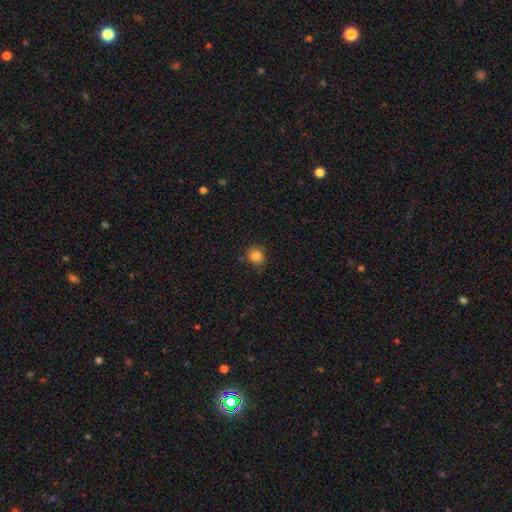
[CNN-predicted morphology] smooth_or_featured: smooth (p=0.84) [alt: star or artifact p=0.11]
how_rounded: round (p=0.83) [alt: in between p=0.16]
merging: none (p=0.80) [alt: minor disturbance p=0.14]